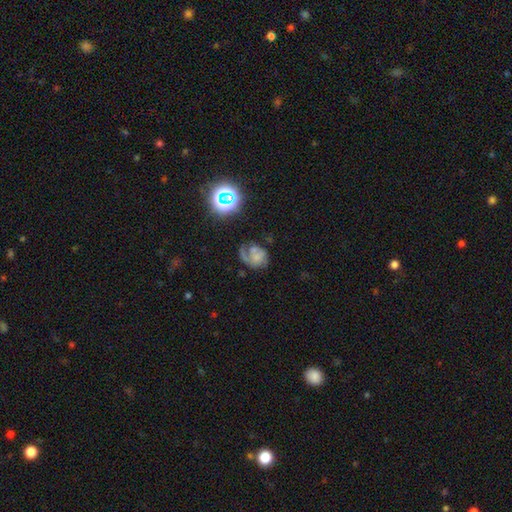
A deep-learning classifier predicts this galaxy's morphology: featured or disk 56%, smooth 31%, star or artifact 13%. Down the decision tree: edge-on disk — no (98%); bar — no (79%); spiral arms — yes (74%); bulge size — none (49%); merging — none (37%).